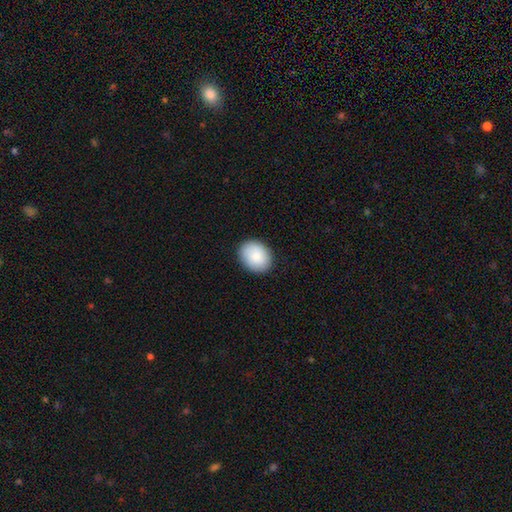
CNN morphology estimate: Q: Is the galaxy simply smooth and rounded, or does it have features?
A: smooth — 88%.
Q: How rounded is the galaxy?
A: in between — 54%.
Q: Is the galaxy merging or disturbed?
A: none — 89%.